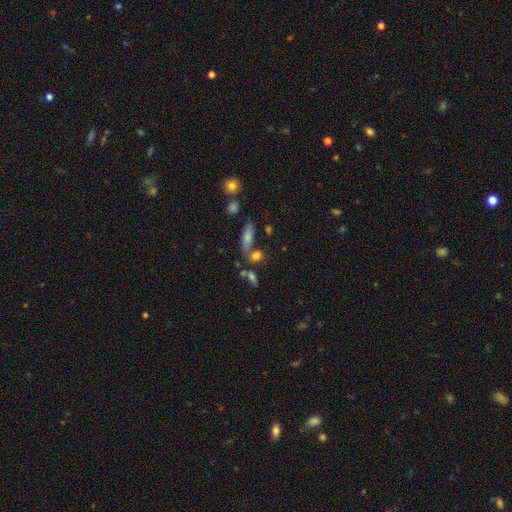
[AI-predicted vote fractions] Q: Smooth or featured?
A: smooth (72%); runner-up: featured or disk (16%)
Q: How rounded?
A: in between (62%); runner-up: cigar-shaped (23%)
Q: Merging?
A: none (53%); runner-up: merger (28%)